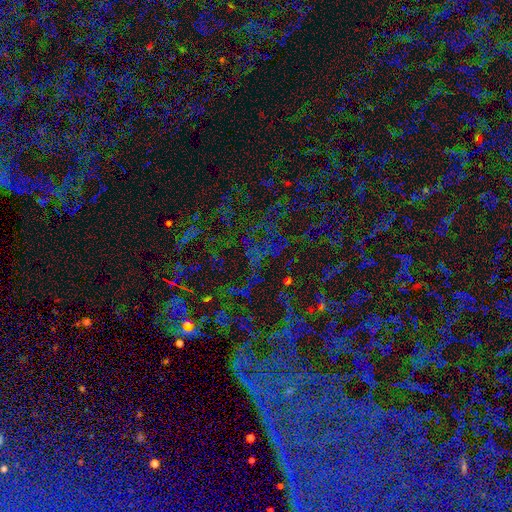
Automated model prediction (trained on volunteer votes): A star or artifact, not a galaxy (76%).